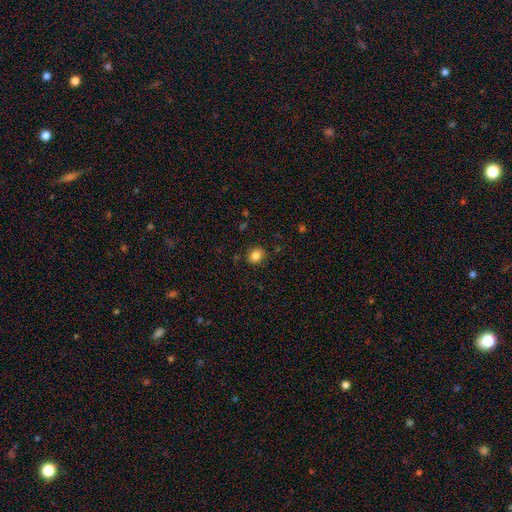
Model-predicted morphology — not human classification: smooth_or_featured: smooth (p=0.84) [alt: star or artifact p=0.10]
how_rounded: round (p=0.59) [alt: in between p=0.40]
merging: none (p=0.86) [alt: minor disturbance p=0.10]